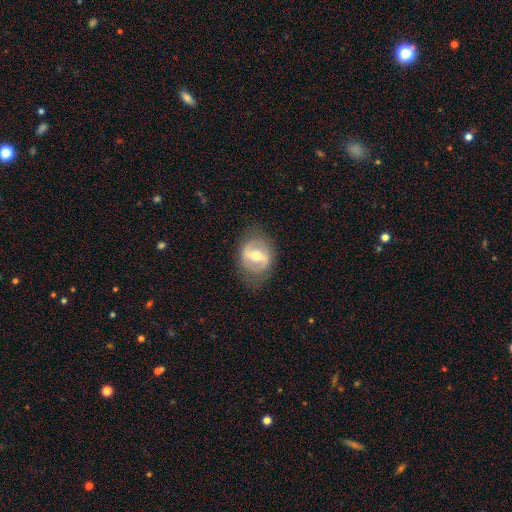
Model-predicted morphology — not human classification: Overall: featured or disk (67%). Edge-on disk: no (95%). Bar: strong (52%; weak 35%). Spiral arms: yes (53%; no 47%). Bulge size: moderate (72%). Merging: none (75%).